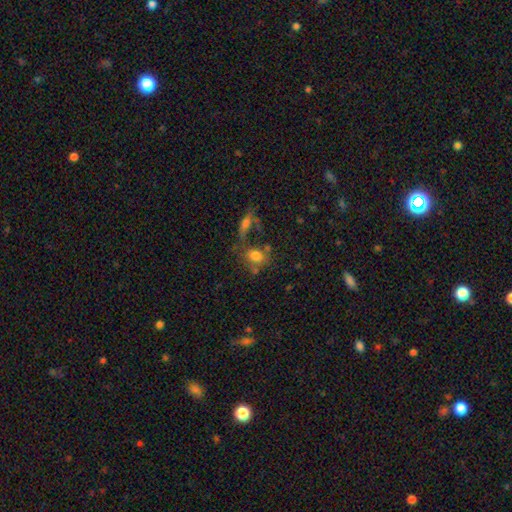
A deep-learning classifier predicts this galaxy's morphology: smooth 74%, featured or disk 14%, star or artifact 12%. Down the decision tree: how rounded — in between (61%); merging — none (51%).